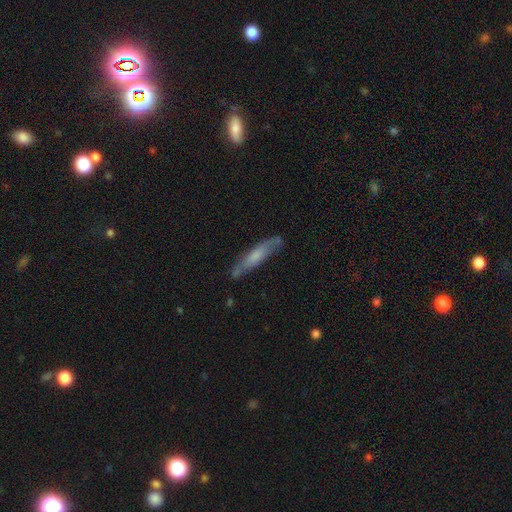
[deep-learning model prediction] smooth_or_featured: smooth (p=0.49) [alt: featured or disk p=0.44]
merging: none (p=0.73) [alt: minor disturbance p=0.19]